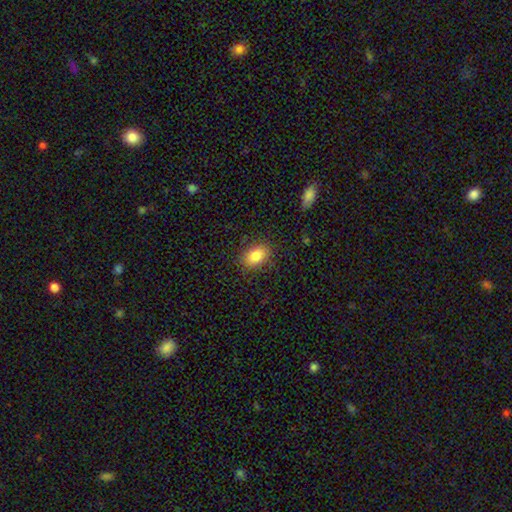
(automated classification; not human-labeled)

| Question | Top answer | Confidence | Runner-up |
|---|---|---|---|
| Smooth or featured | smooth | 84% | star or artifact (9%) |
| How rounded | in between | 82% | round (17%) |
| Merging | none | 84% | minor disturbance (11%) |